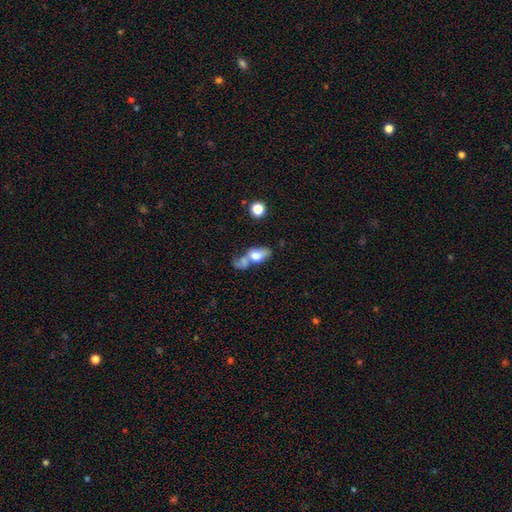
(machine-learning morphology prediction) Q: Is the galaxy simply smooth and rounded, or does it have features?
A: smooth — 64%.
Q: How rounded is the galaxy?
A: in between — 79%.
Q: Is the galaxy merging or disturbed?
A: merger — 51%.